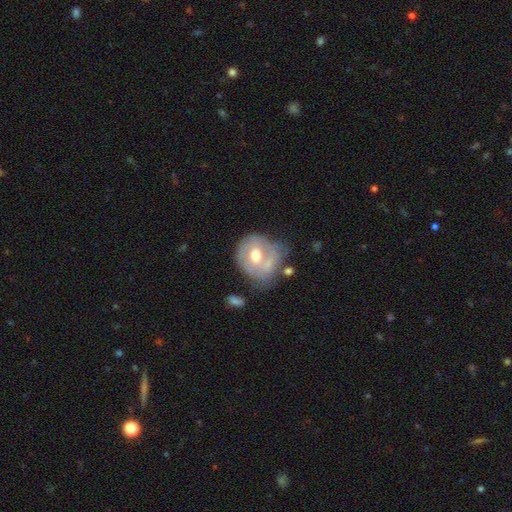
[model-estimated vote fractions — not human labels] Smooth or featured? featured or disk (62%)
Edge-on disk? no (97%)
Bar? no (60%)
Spiral arms? yes (54%)
Bulge size? moderate (74%)
Merging? none (40%)